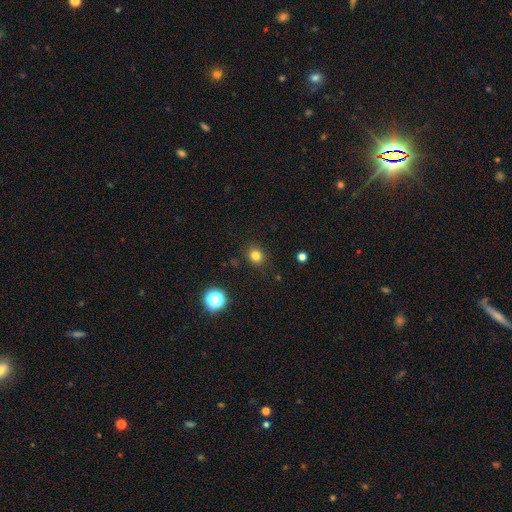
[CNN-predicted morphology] Smooth or featured?
  - smooth: 80% *
  - star or artifact: 15%
  - featured or disk: 6%
How rounded?
  - round: 76% *
  - in between: 23%
  - cigar-shaped: 1%
Merging?
  - none: 87% *
  - minor disturbance: 9%
  - major disturbance: 3%
  - merger: 1%